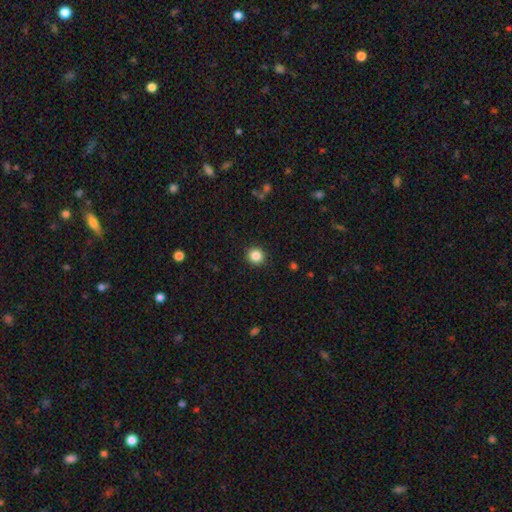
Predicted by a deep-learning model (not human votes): A smooth galaxy with no disk features (86%) that is round (94%). Merging: none (92%).